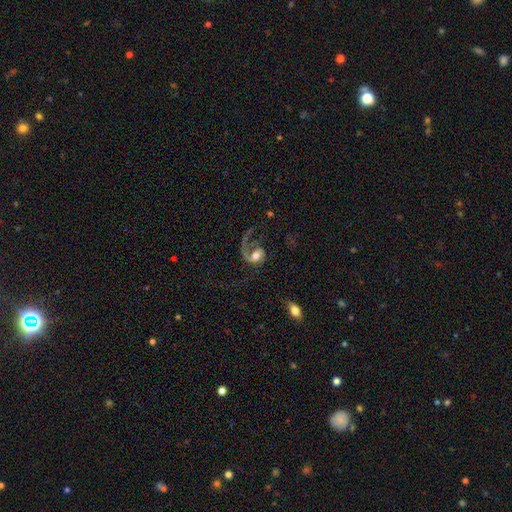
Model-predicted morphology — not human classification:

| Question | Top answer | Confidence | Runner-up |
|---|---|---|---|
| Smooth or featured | featured or disk | 80% | smooth (13%) |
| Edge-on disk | no | 97% | yes (3%) |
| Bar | no | 58% | weak (31%) |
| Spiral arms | yes | 92% | no (8%) |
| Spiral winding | loose | 54% | medium (36%) |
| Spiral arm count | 1 | 60% | 2 (34%) |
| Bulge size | moderate | 64% | large (19%) |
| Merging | major disturbance | 45% | none (36%) |